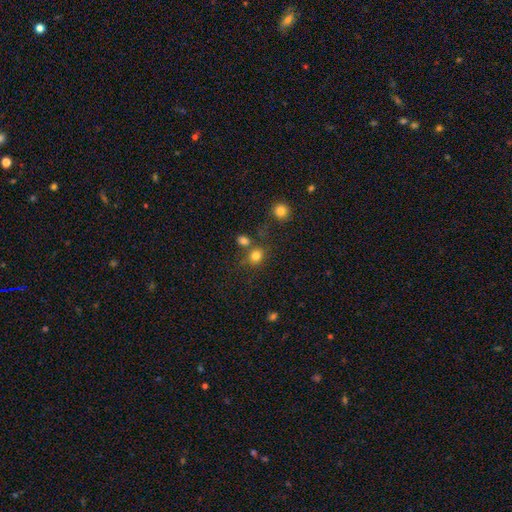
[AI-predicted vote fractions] Smooth or featured? smooth (79%)
How rounded? round (77%)
Merging? none (66%)